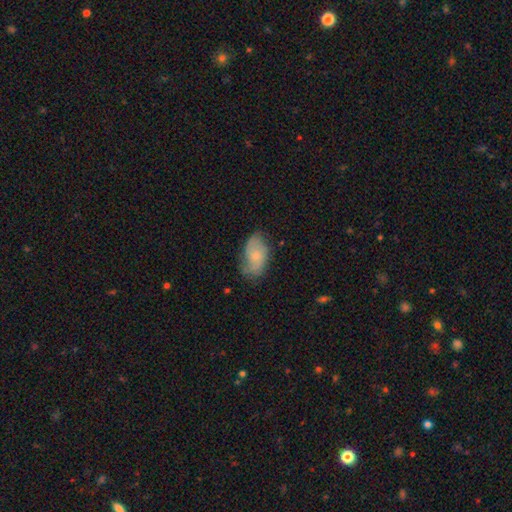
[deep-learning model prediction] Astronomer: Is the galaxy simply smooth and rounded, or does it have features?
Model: smooth — 51% (runner-up: featured or disk, 42%).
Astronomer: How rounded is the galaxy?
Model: in between — 92%.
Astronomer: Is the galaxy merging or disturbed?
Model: none — 62%.